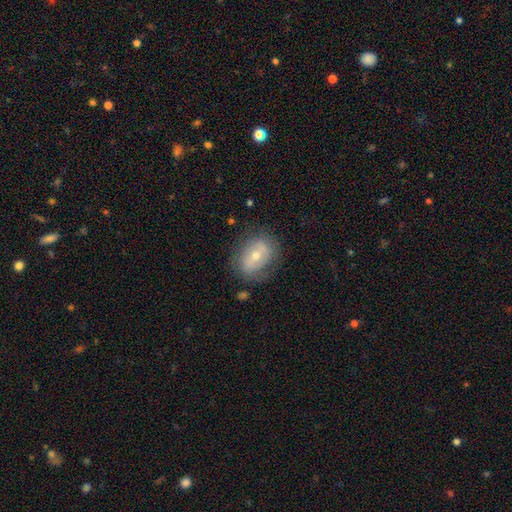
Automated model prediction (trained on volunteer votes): Q: Smooth or featured?
A: smooth (47%); runner-up: featured or disk (45%)
Q: Merging?
A: none (72%); runner-up: minor disturbance (19%)